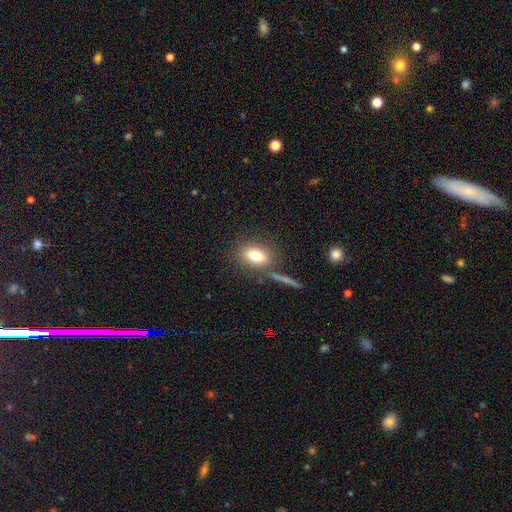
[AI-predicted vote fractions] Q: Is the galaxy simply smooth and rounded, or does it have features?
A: smooth — 78%.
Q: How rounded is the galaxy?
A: in between — 79%.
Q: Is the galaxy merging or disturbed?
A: none — 73%.